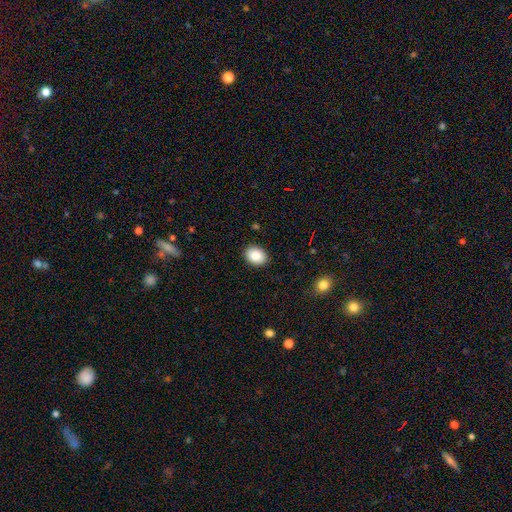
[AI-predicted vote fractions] Smooth or featured?
  - smooth: 86% *
  - star or artifact: 8%
  - featured or disk: 6%
How rounded?
  - in between: 62% *
  - round: 37%
  - cigar-shaped: 1%
Merging?
  - none: 90% *
  - minor disturbance: 7%
  - major disturbance: 2%
  - merger: 1%